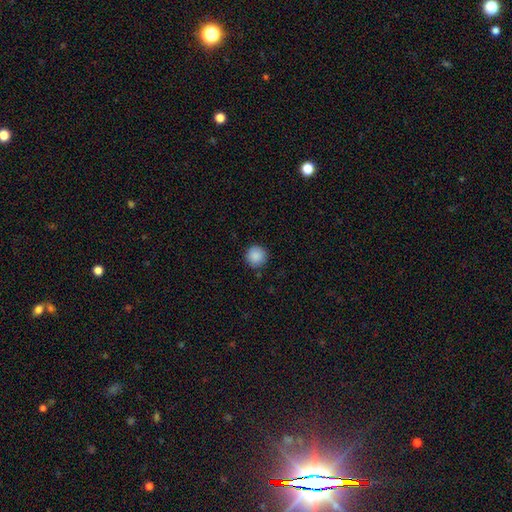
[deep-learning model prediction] A smooth galaxy with no disk features (89%) that is round (95%). Merging: none (90%).